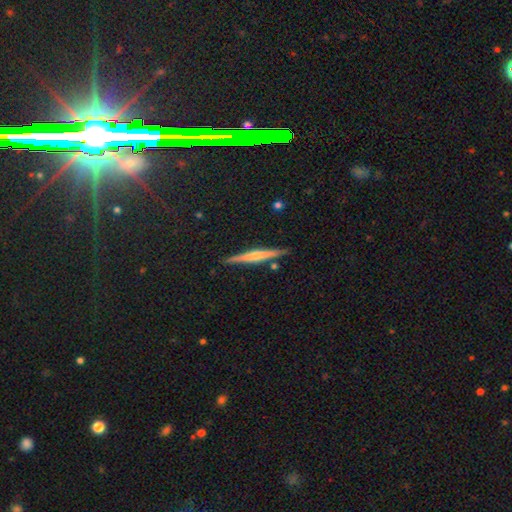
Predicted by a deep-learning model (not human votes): This is likely a featured or disk galaxy (60%). It is clearly viewed edge-on (97%). Edge-on bulge: marginally rounded (44%). Merging: clearly none (88%).